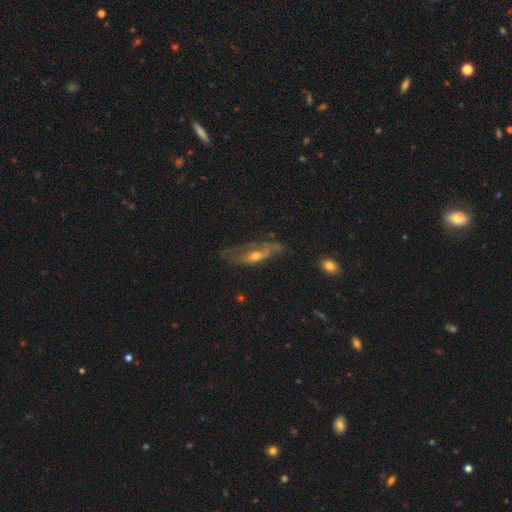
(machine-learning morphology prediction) Overall: featured or disk (63%; smooth 28%). Edge-on disk: no (74%). Merging: none (39%; major disturbance 30%).